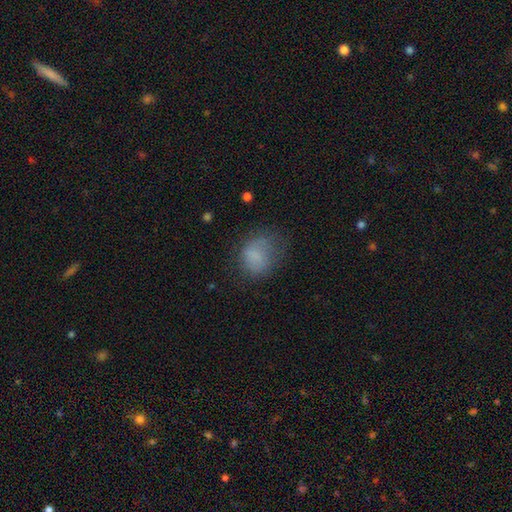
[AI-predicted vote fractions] Smooth or featured? Predicted: smooth (p=0.73). How rounded? Predicted: round (p=0.54). Merging? Predicted: none (p=0.48).